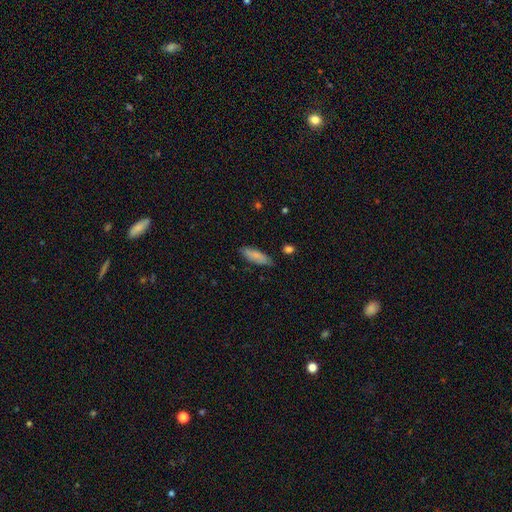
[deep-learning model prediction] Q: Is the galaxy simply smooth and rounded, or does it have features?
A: smooth — 82%.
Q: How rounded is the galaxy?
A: in between — 59%.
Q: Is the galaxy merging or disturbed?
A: none — 82%.